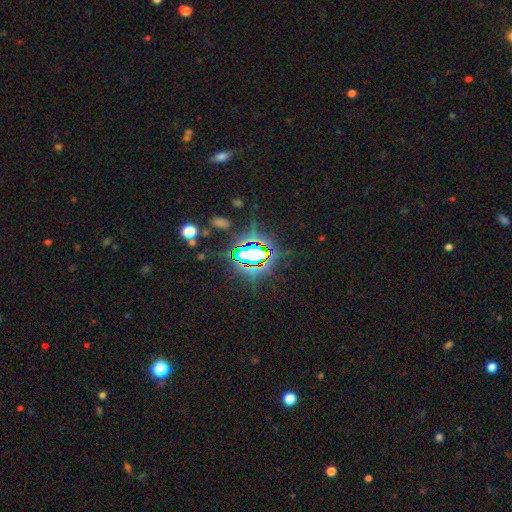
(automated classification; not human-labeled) Overall: star or artifact (74%).